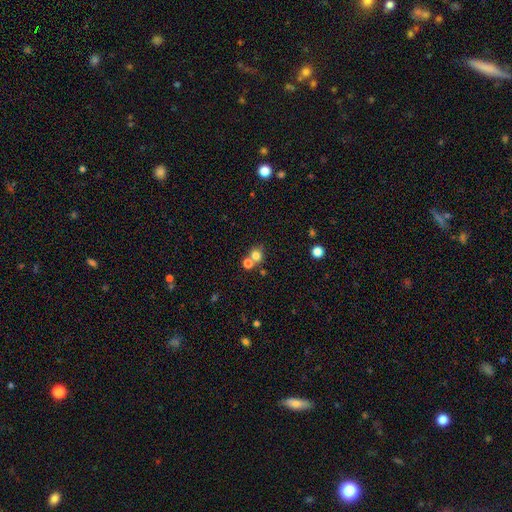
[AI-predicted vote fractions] Q: Smooth or featured?
A: smooth (76%); runner-up: star or artifact (15%)
Q: How rounded?
A: round (78%); runner-up: in between (21%)
Q: Merging?
A: none (50%); runner-up: merger (39%)